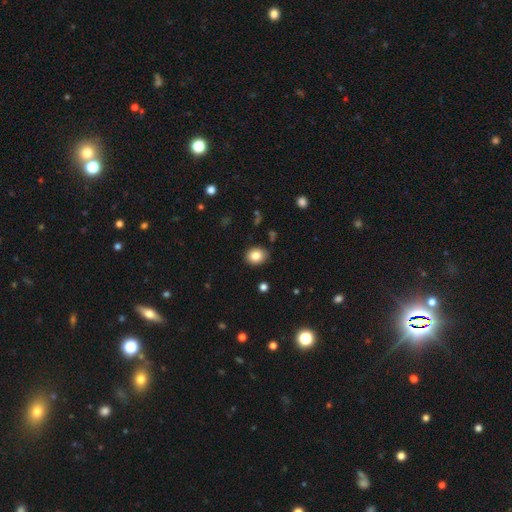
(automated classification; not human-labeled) Q: Smooth or featured?
A: smooth (83%); runner-up: star or artifact (9%)
Q: How rounded?
A: round (54%); runner-up: in between (46%)
Q: Merging?
A: none (87%); runner-up: minor disturbance (10%)